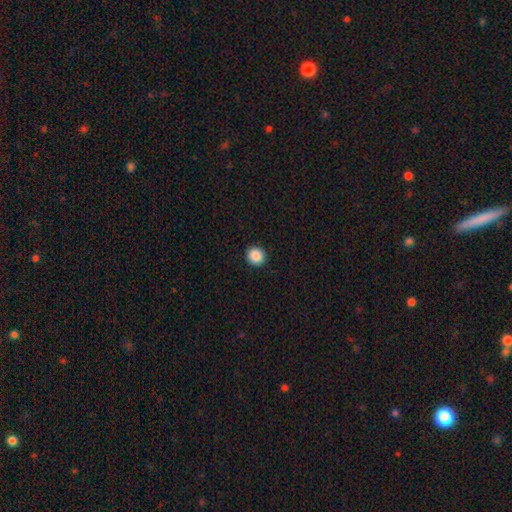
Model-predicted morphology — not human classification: This is clearly a smooth galaxy (88%). How rounded: clearly round (91%). Merging: clearly none (93%).